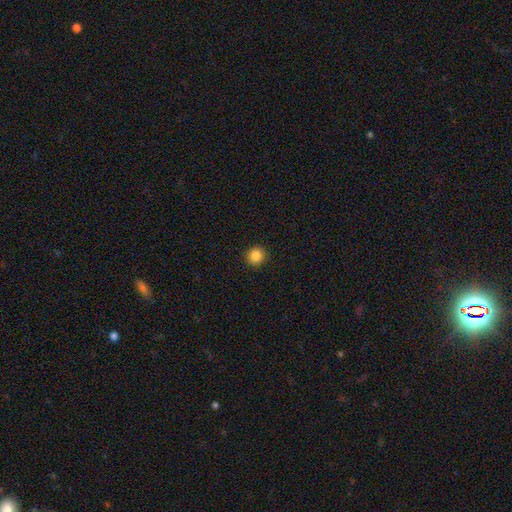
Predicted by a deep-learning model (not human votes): Smooth or featured? Predicted: smooth (p=0.86). How rounded? Predicted: round (p=0.94). Merging? Predicted: none (p=0.92).